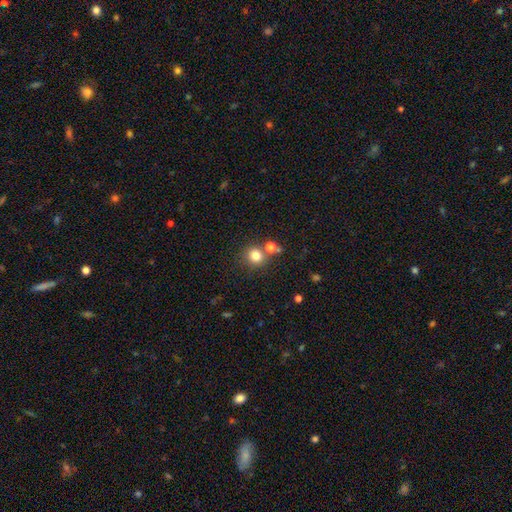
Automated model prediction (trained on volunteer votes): Q: Smooth or featured?
A: smooth (79%); runner-up: star or artifact (14%)
Q: How rounded?
A: round (88%); runner-up: in between (11%)
Q: Merging?
A: none (70%); runner-up: merger (18%)